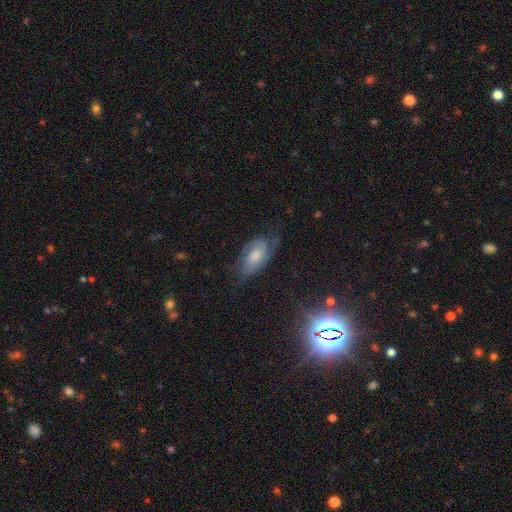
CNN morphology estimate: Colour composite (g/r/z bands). It shows a featured or disk galaxy (59%) with no bar (68%), spiral arms (87%) and a moderate central bulge (48%). Merging: none (58%).